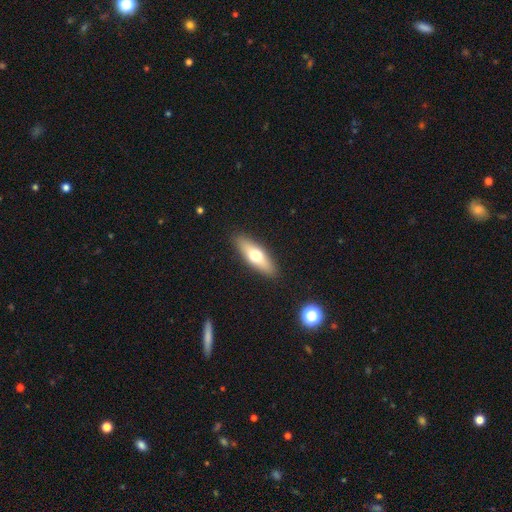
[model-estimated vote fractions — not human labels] A smooth galaxy with no disk features (56%) that is in between round and cigar-shaped (50%).

Vote fractions:
- Smooth or featured? smooth: 56% / featured or disk: 38% / star or artifact: 6%
- How rounded? in between: 50% / cigar-shaped: 47% / round: 3%
- Merging? none: 89% / minor disturbance: 8% / major disturbance: 2% / merger: 1%